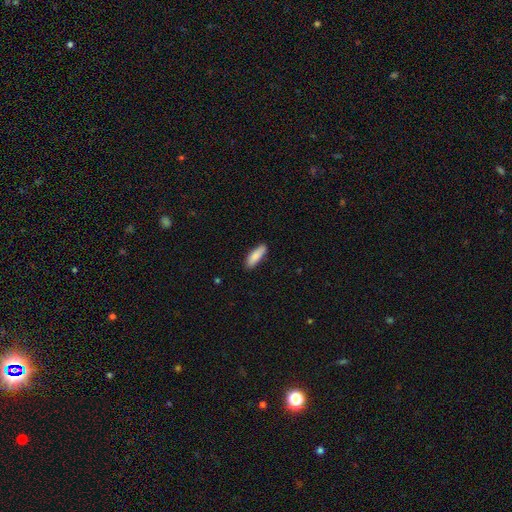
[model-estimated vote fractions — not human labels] Q: Smooth or featured?
A: smooth (86%); runner-up: featured or disk (9%)
Q: How rounded?
A: in between (51%); runner-up: cigar-shaped (47%)
Q: Merging?
A: none (85%); runner-up: minor disturbance (11%)